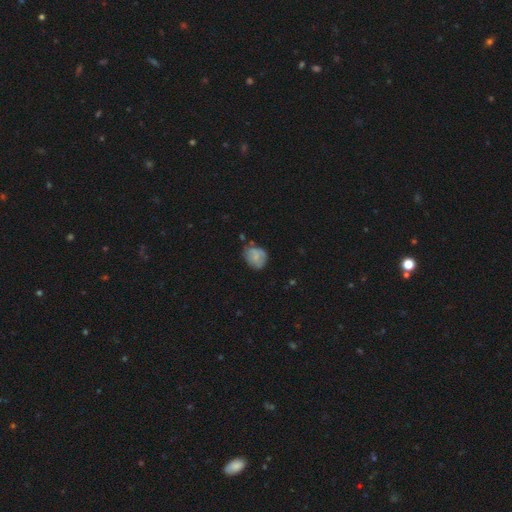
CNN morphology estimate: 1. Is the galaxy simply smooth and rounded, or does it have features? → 65% smooth, 26% featured or disk, 9% star or artifact.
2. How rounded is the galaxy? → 51% round, 48% in between, 1% cigar-shaped.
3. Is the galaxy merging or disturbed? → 53% none, 32% minor disturbance, 9% major disturbance, 5% merger.